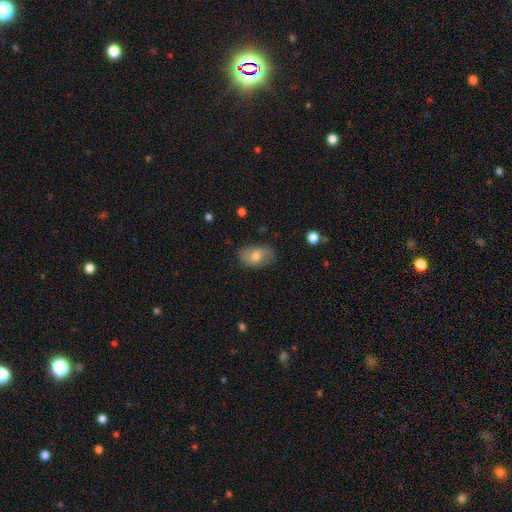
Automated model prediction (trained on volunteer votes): Smooth or featured? Predicted: smooth (p=0.64). How rounded? Predicted: in between (p=0.88). Merging? Predicted: none (p=0.75).